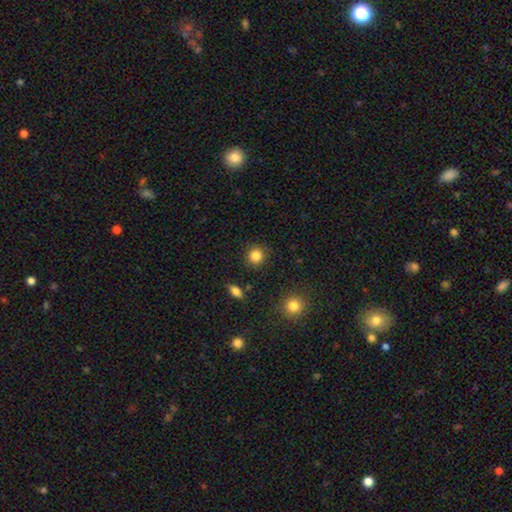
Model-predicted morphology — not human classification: This appears to be a smooth galaxy with no disk features (85%) that is round (89%). Merging: none (89%).